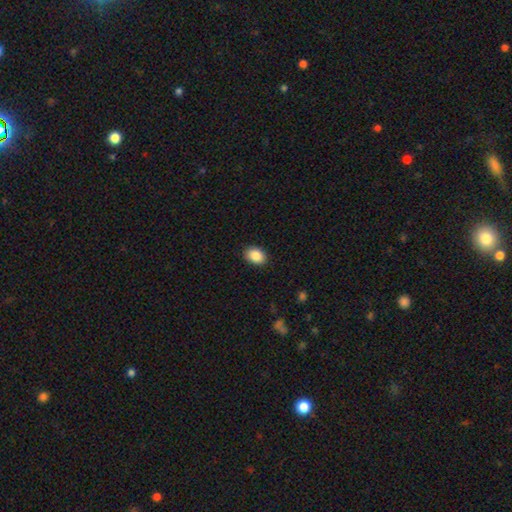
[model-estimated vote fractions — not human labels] The model was most divided on "how rounded": in between: 72%, round: 27%, cigar-shaped: 1%. More confident: merging — none (89%); smooth or featured — smooth (88%).